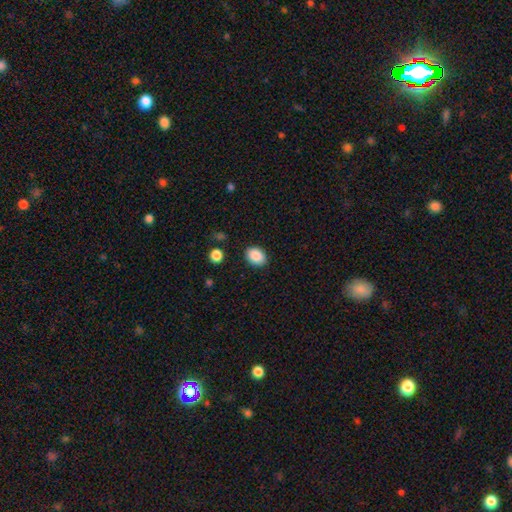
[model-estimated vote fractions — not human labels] smooth-or-featured: smooth: 88% | star or artifact: 8% | featured or disk: 4%
  how-rounded: in between: 69% | round: 30% | cigar-shaped: 1%
  merging: none: 88% | minor disturbance: 8% | major disturbance: 2% | merger: 2%